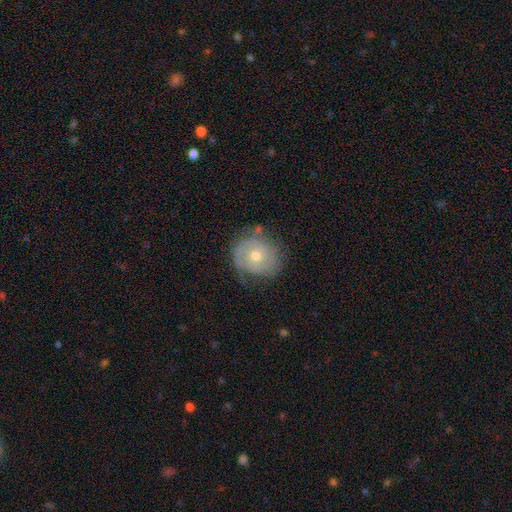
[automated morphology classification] Q: Smooth or featured?
A: featured or disk (67%); runner-up: smooth (26%)
Q: Edge-on disk?
A: no (97%); runner-up: yes (3%)
Q: Bar?
A: no (80%); runner-up: weak (17%)
Q: Spiral arms?
A: yes (80%); runner-up: no (20%)
Q: Spiral winding?
A: tight (62%); runner-up: medium (28%)
Q: Spiral arm count?
A: 2 (50%); runner-up: can't tell (30%)
Q: Bulge size?
A: moderate (63%); runner-up: small (33%)
Q: Merging?
A: none (67%); runner-up: minor disturbance (23%)